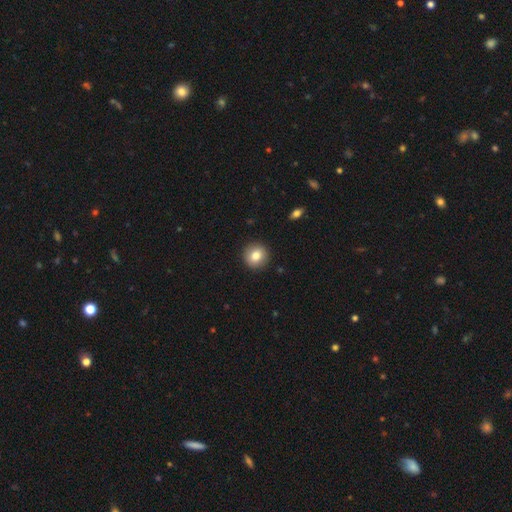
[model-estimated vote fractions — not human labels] Smooth or featured: smooth — 81% (featured or disk — 10%)
How rounded: round — 92% (in between — 7%)
Merging: none — 92% (minor disturbance — 6%)